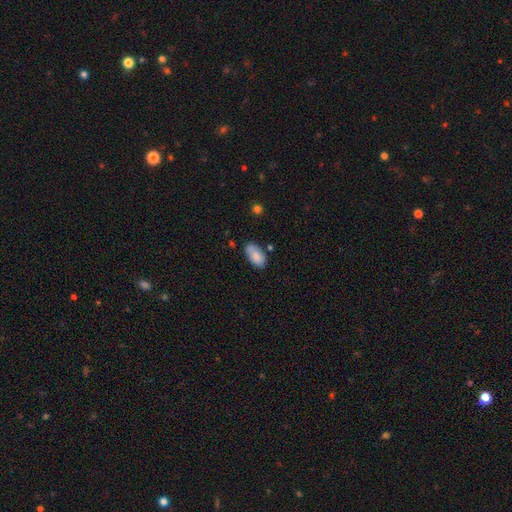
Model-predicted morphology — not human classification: Smooth or featured?
  - smooth: 83% *
  - featured or disk: 10%
  - star or artifact: 7%
How rounded?
  - in between: 93% *
  - cigar-shaped: 4%
  - round: 3%
Merging?
  - none: 68% *
  - minor disturbance: 21%
  - merger: 7%
  - major disturbance: 5%